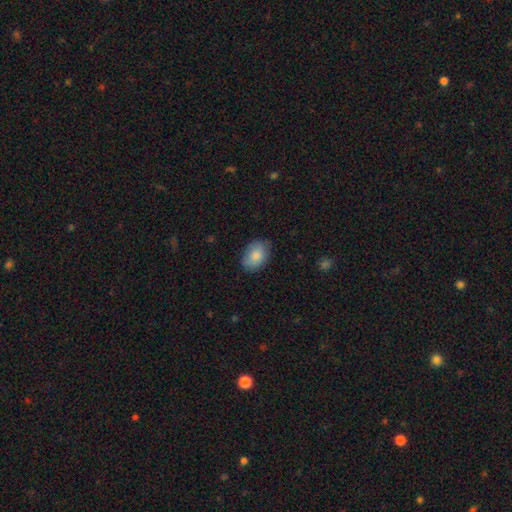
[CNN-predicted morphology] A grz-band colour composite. It shows a smooth galaxy with no disk features (85%) that is in between round and cigar-shaped (84%). Merging: none (81%).